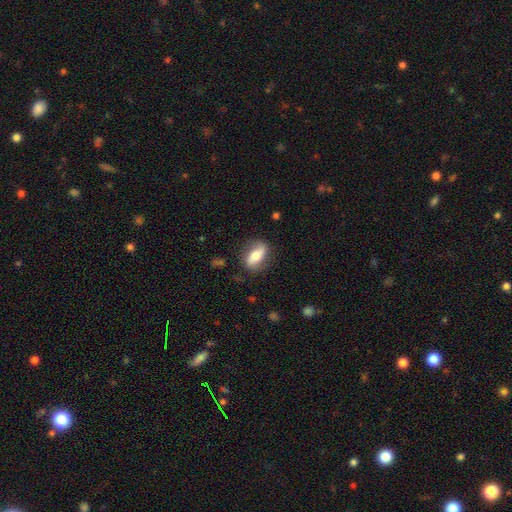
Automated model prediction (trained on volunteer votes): A smooth galaxy with no disk features (54%) that is in between round and cigar-shaped (79%).

Vote fractions:
- Smooth or featured? smooth: 54% / featured or disk: 39% / star or artifact: 7%
- How rounded? in between: 79% / cigar-shaped: 13% / round: 8%
- Merging? none: 79% / minor disturbance: 15% / major disturbance: 5% / merger: 1%